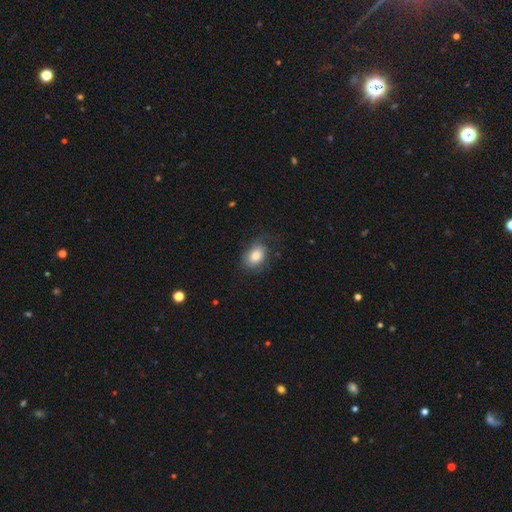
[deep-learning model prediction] Smooth or featured: smooth — 74% (featured or disk — 18%)
How rounded: in between — 76% (round — 23%)
Merging: none — 59% (minor disturbance — 26%)